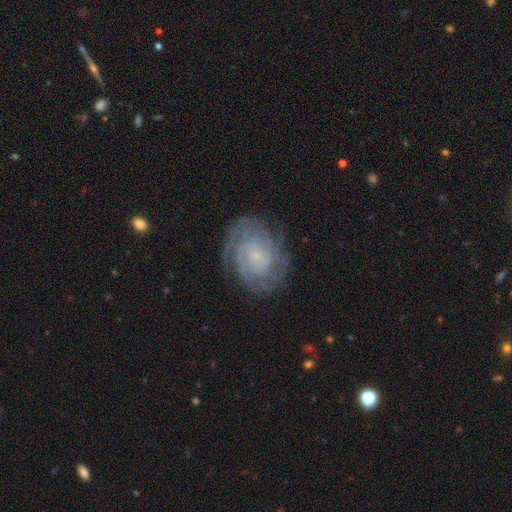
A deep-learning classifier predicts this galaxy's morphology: type=featured or disk (83%); edge-on=no (97%); bar=no (75%); spiral arms=yes (96%); winding=tight (75%); arm count=can't tell (32%); bulge=small (81%); merging=none (78%).